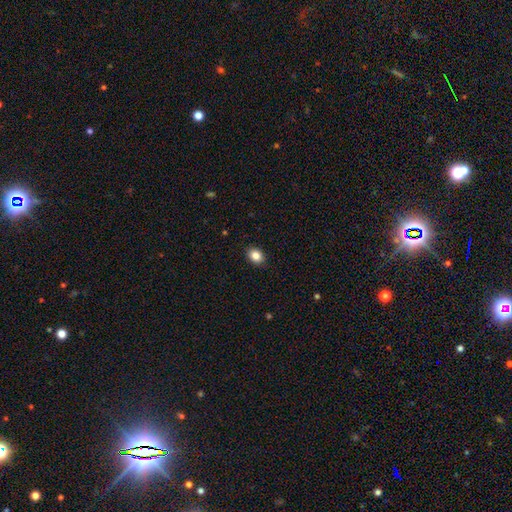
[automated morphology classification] smooth-or-featured: smooth: 85% | star or artifact: 9% | featured or disk: 5%
  how-rounded: in between: 60% | round: 39% | cigar-shaped: 1%
  merging: none: 90% | minor disturbance: 7% | major disturbance: 2% | merger: 1%